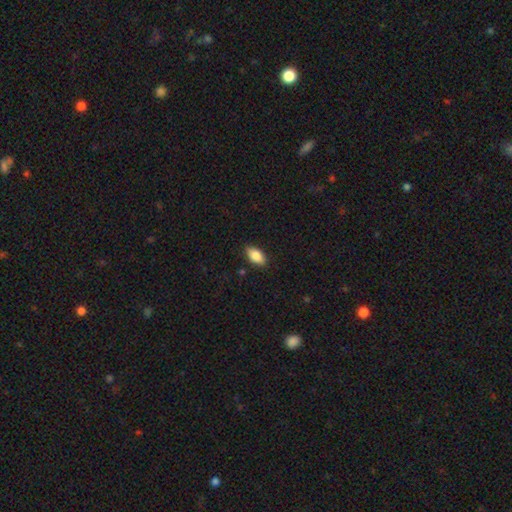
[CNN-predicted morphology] smooth-or-featured: smooth: 85% | featured or disk: 8% | star or artifact: 7%
  how-rounded: in between: 92% | cigar-shaped: 5% | round: 3%
  merging: none: 87% | minor disturbance: 10% | major disturbance: 2% | merger: 1%